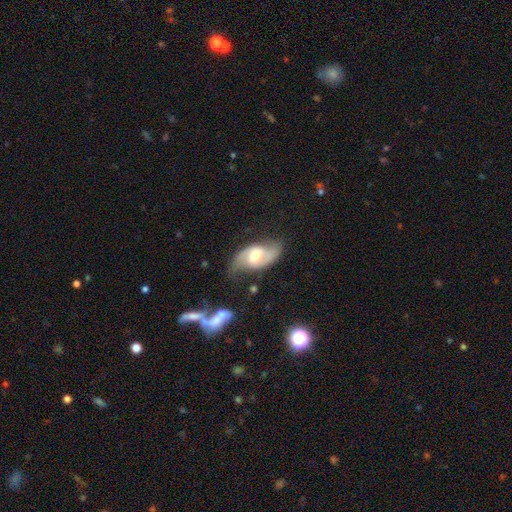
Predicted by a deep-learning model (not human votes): Smooth or featured?
  - featured or disk: 76% *
  - smooth: 18%
  - star or artifact: 6%
Edge-on disk?
  - no: 95% *
  - yes: 5%
Bar?
  - weak: 49% *
  - no: 34%
  - strong: 17%
Spiral arms?
  - yes: 90% *
  - no: 10%
Spiral winding?
  - medium: 45% *
  - loose: 40%
  - tight: 15%
Spiral arm count?
  - 2: 89% *
  - can't tell: 5%
  - 1: 3%
  - 3: 1%
  - 4: 1%
  - more than 4: 1%
Bulge size?
  - moderate: 64% *
  - small: 18%
  - large: 15%
  - none: 2%
  - dominant: 1%
Merging?
  - none: 64% *
  - minor disturbance: 22%
  - major disturbance: 10%
  - merger: 4%